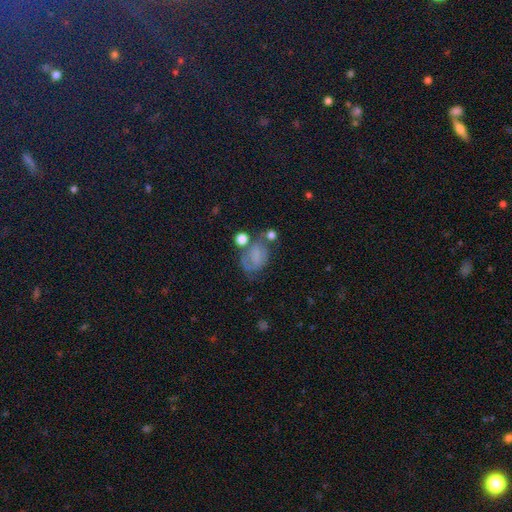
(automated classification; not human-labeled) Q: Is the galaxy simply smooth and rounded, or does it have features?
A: smooth — 48%.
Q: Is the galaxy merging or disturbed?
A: none — 39%.